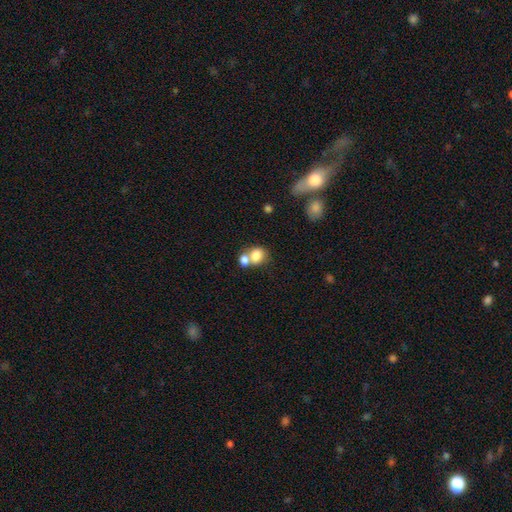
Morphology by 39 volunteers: Overall: smooth (87%). How rounded: round (62%; in between 38%). Merging: merger (39%; none 36%).